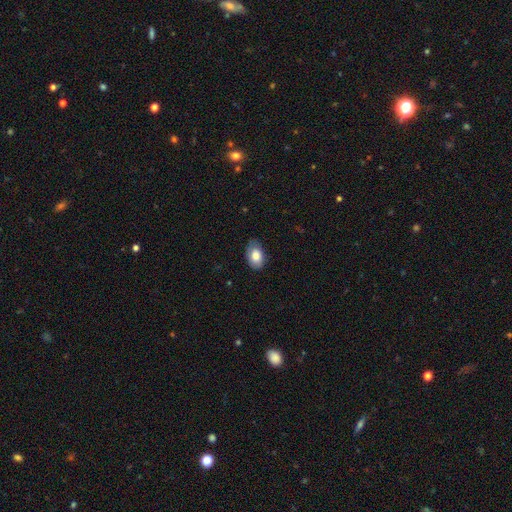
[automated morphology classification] This appears to be a smooth galaxy with no disk features (82%) that is in between round and cigar-shaped (89%). Merging: none (75%).